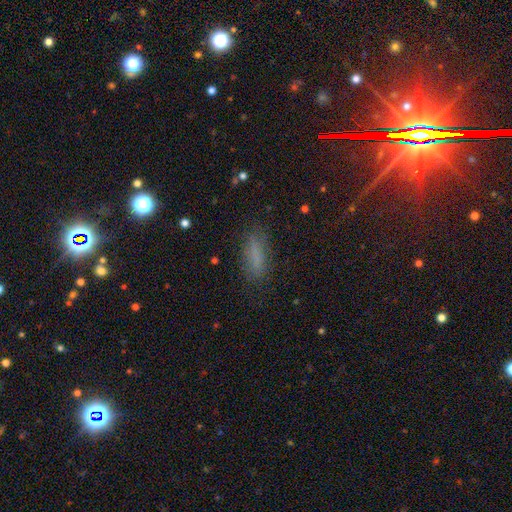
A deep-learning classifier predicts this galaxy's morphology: Smooth or featured? Predicted: smooth (p=0.71). How rounded? Predicted: in between (p=0.50). Merging? Predicted: none (p=0.79).